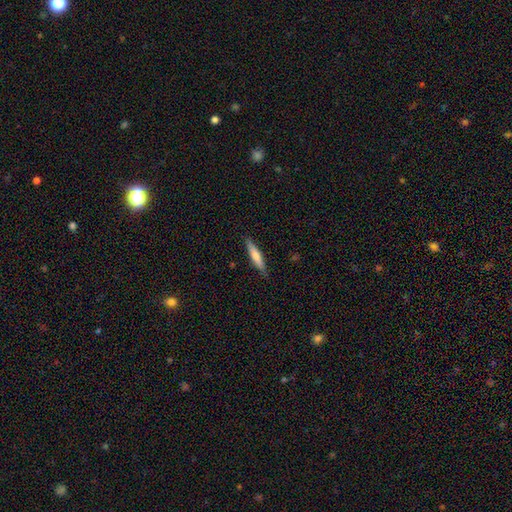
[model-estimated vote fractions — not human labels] Q: Smooth or featured?
A: smooth (59%); runner-up: featured or disk (35%)
Q: How rounded?
A: cigar-shaped (88%); runner-up: in between (10%)
Q: Merging?
A: none (88%); runner-up: minor disturbance (9%)